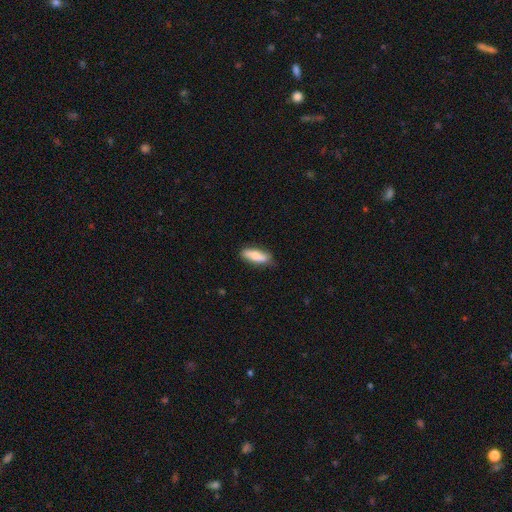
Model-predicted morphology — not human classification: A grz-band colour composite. It shows a smooth galaxy with no disk features (76%) that is in between round and cigar-shaped (61%). Merging: none (79%).